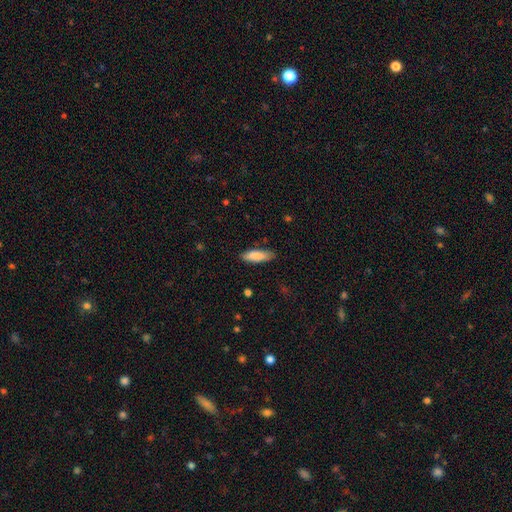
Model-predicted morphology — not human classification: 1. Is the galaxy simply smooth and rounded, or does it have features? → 87% smooth, 8% featured or disk, 6% star or artifact.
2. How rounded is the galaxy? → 55% in between, 44% cigar-shaped, 2% round.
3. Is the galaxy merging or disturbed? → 81% none, 15% minor disturbance, 3% major disturbance, 1% merger.